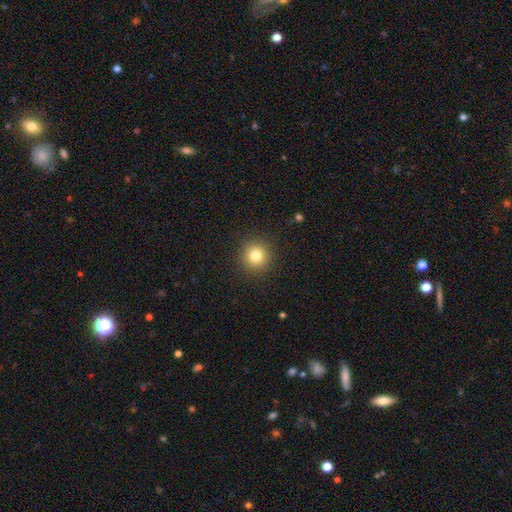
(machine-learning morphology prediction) smooth-or-featured: smooth: 81% | star or artifact: 12% | featured or disk: 7%
  how-rounded: round: 95% | in between: 4% | cigar-shaped: 1%
  merging: none: 91% | minor disturbance: 6% | major disturbance: 2% | merger: 1%